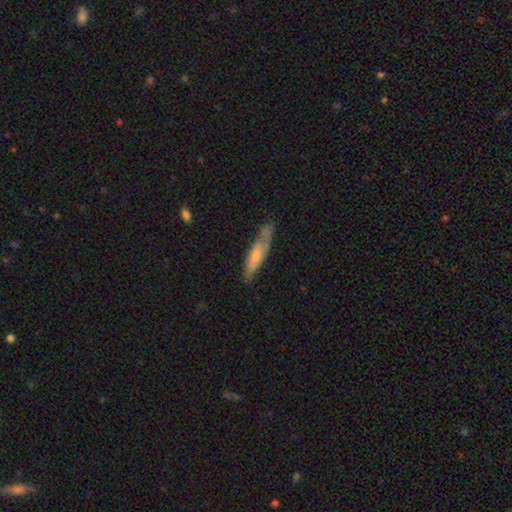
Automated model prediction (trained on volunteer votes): Smooth or featured? Predicted: featured or disk (p=0.48). Merging? Predicted: none (p=0.64).